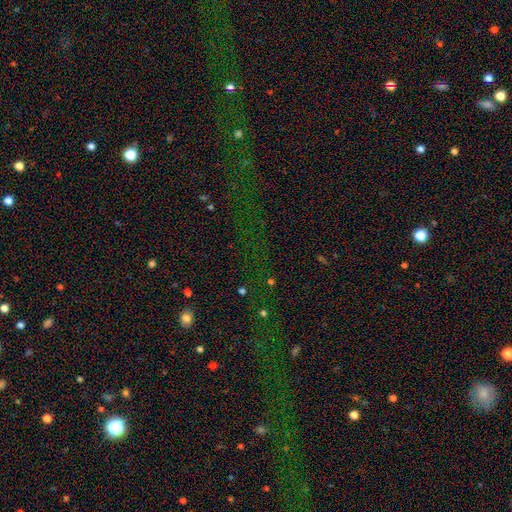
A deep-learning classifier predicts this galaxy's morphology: The model was most divided on "smooth or featured": star or artifact: 69%, smooth: 19%, featured or disk: 11%.